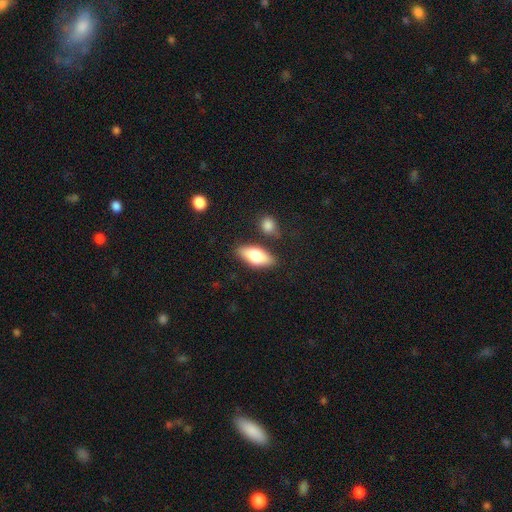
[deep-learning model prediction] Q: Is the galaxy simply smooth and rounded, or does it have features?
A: smooth — 72%.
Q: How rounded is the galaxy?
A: in between — 81%.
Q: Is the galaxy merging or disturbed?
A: none — 79%.